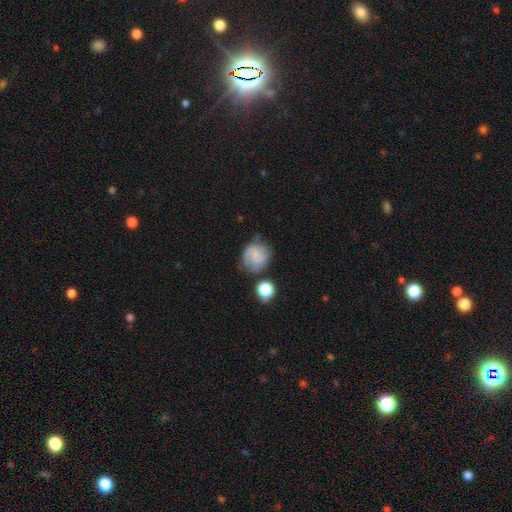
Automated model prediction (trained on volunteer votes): Smooth or featured?
  - smooth: 58% *
  - featured or disk: 32%
  - star or artifact: 11%
How rounded?
  - round: 79% *
  - in between: 20%
  - cigar-shaped: 1%
Merging?
  - none: 60% *
  - minor disturbance: 24%
  - major disturbance: 9%
  - merger: 7%